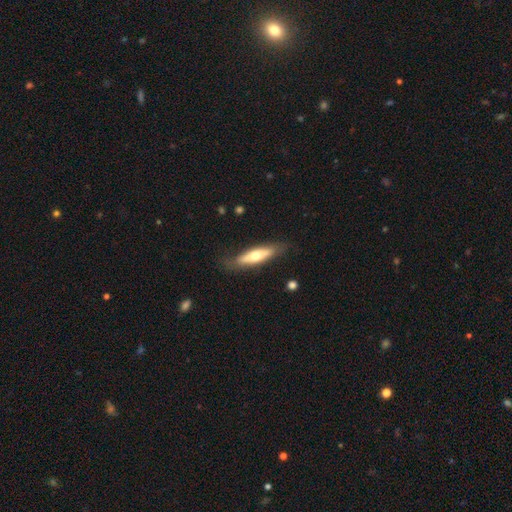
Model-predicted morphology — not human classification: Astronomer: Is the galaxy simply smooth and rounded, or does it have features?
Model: smooth — 52% (runner-up: featured or disk, 43%).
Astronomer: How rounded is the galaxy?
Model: cigar-shaped — 63%.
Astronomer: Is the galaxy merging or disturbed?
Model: none — 77%.